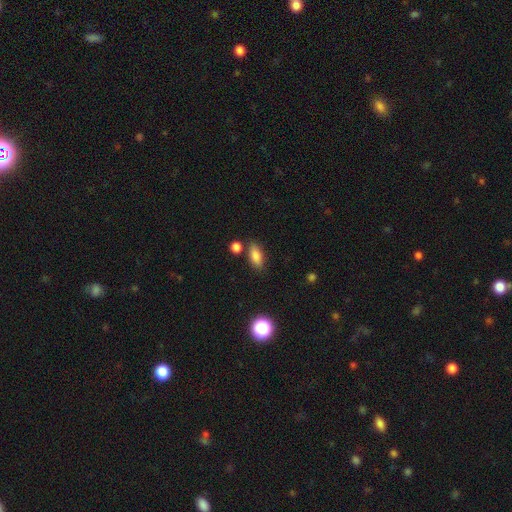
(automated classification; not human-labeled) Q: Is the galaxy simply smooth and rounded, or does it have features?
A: smooth — 83%.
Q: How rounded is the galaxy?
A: in between — 81%.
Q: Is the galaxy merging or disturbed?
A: none — 77%.